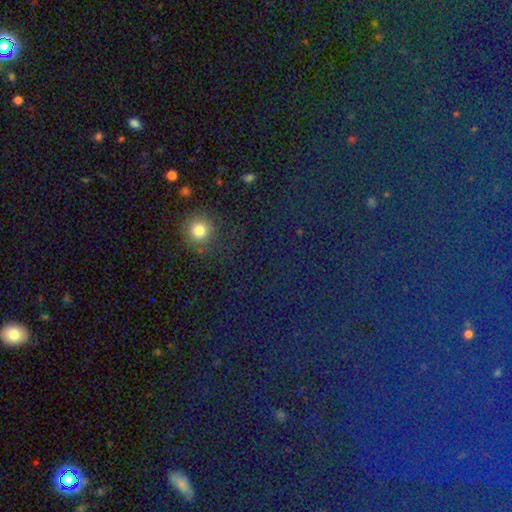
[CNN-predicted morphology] Smooth or featured: star or artifact — 66% (smooth — 26%)